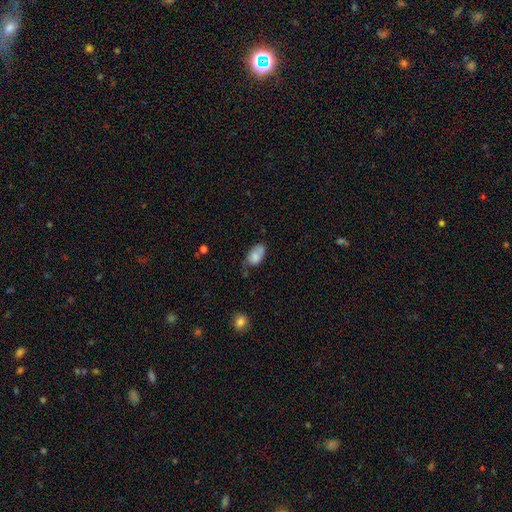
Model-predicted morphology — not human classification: Smooth or featured? smooth (78%)
How rounded? in between (92%)
Merging? none (43%)